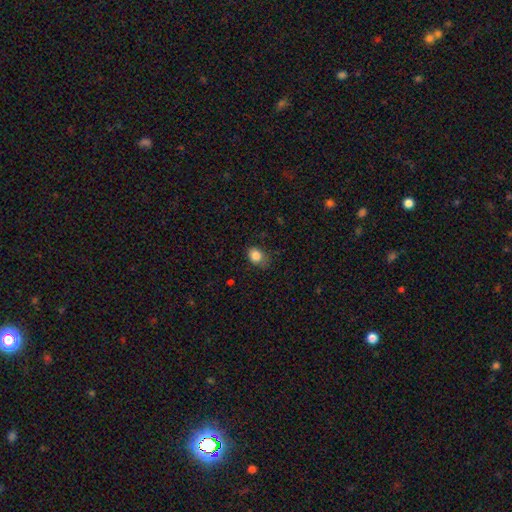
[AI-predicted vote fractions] This appears to be a smooth galaxy with no disk features (85%) that is in between round and cigar-shaped (57%). Merging: none (63%).